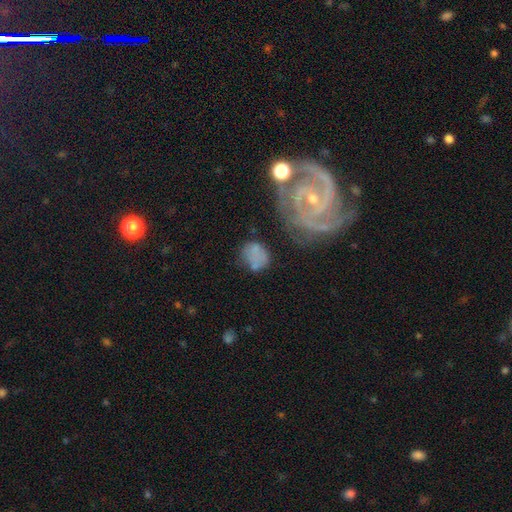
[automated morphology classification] This is likely a smooth galaxy (60%). How rounded: possibly round (58%). Merging: possibly none (50%).